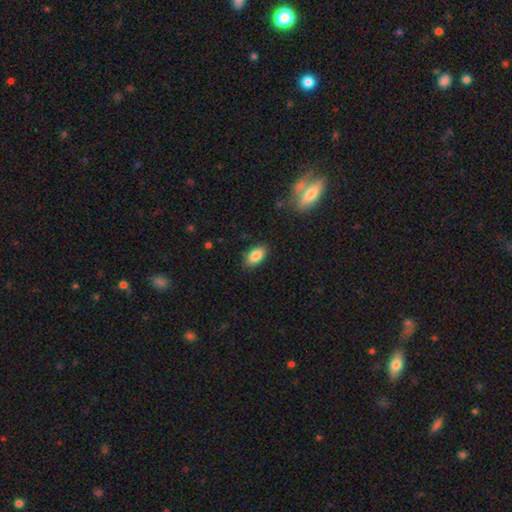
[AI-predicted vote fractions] Overall: smooth (84%). How rounded: in between (91%). Merging: none (86%).